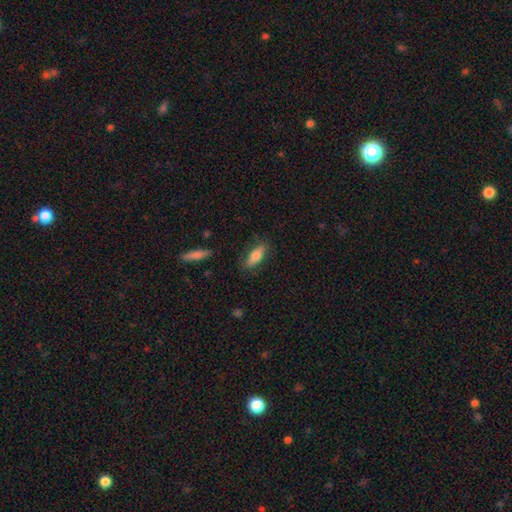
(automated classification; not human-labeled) smooth-or-featured: smooth: 71% | featured or disk: 23% | star or artifact: 7%
  how-rounded: in between: 65% | cigar-shaped: 32% | round: 3%
  merging: none: 81% | minor disturbance: 14% | major disturbance: 3% | merger: 2%